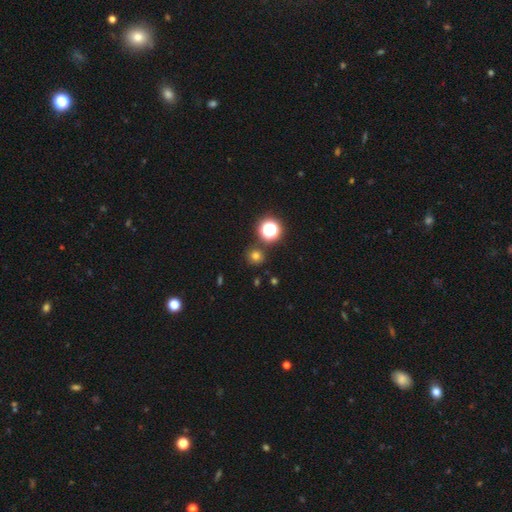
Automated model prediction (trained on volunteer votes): Smooth or featured: smooth — 70% (star or artifact — 23%)
How rounded: round — 91% (in between — 8%)
Merging: none — 85% (minor disturbance — 8%)